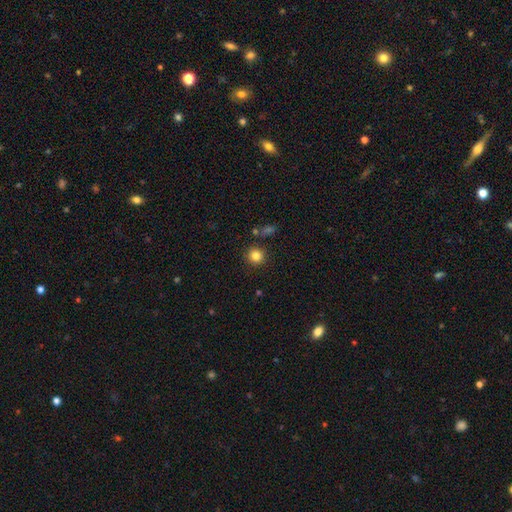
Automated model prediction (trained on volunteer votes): Smooth or featured? smooth (83%)
How rounded? round (92%)
Merging? none (87%)